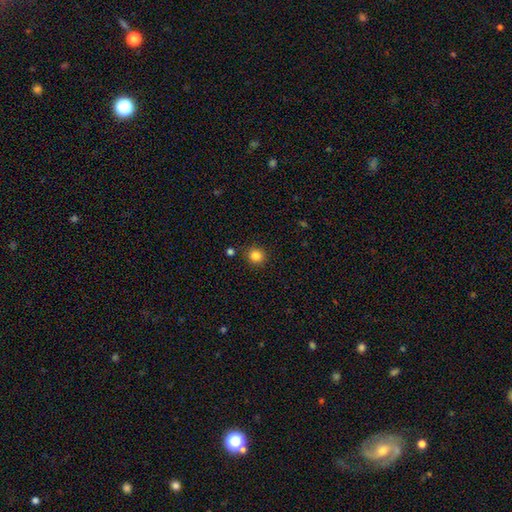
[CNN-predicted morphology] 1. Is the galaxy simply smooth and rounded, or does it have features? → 84% smooth, 12% star or artifact, 4% featured or disk.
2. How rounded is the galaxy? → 91% round, 9% in between, 1% cigar-shaped.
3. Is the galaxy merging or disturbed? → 88% none, 7% minor disturbance, 3% merger, 2% major disturbance.